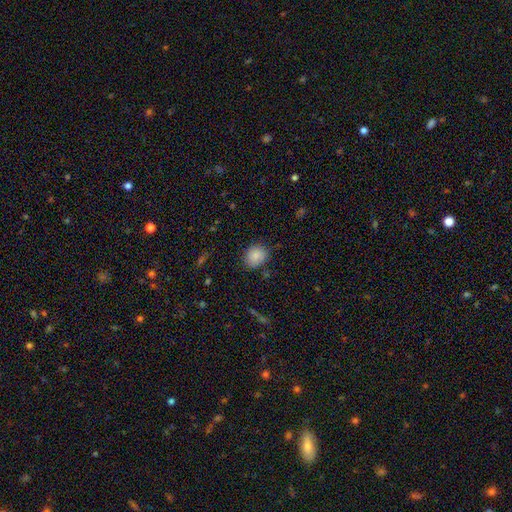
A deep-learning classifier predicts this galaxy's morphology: A smooth galaxy with no disk features (86%) that is round (70%).

Vote fractions:
- Smooth or featured? smooth: 86% / star or artifact: 9% / featured or disk: 5%
- How rounded? round: 70% / in between: 29% / cigar-shaped: 1%
- Merging? none: 81% / minor disturbance: 14% / major disturbance: 3% / merger: 2%